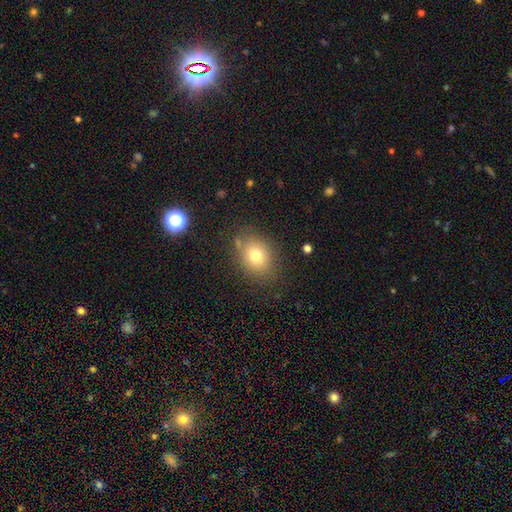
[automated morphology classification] The model was most divided on "how rounded": in between: 53%, round: 46%, cigar-shaped: 1%. More confident: merging — none (77%); smooth or featured — smooth (74%).